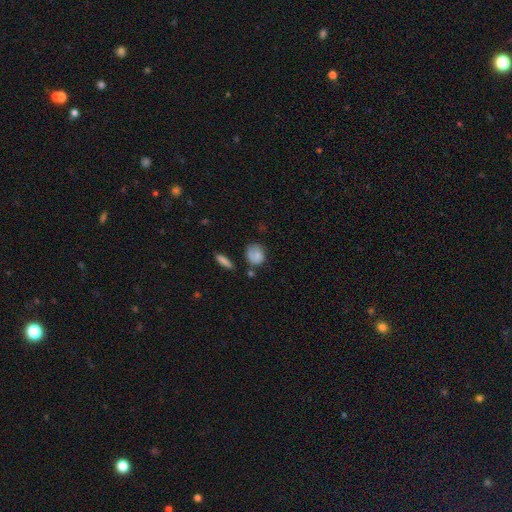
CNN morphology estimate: Q: Smooth or featured?
A: smooth (76%); runner-up: featured or disk (16%)
Q: How rounded?
A: round (63%); runner-up: in between (35%)
Q: Merging?
A: none (54%); runner-up: minor disturbance (27%)